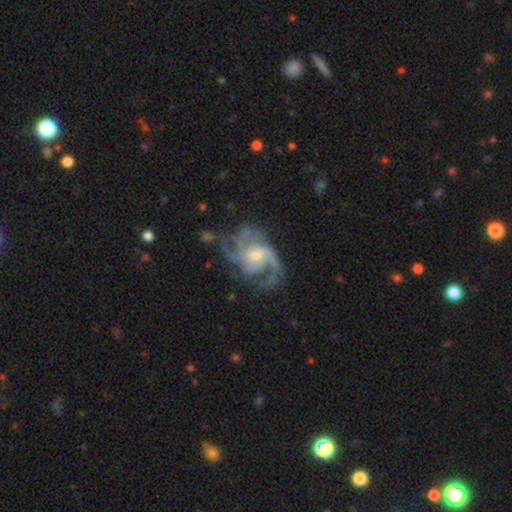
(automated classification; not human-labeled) smooth_or_featured: featured or disk (p=0.89) [alt: star or artifact p=0.05]
disk_edge_on: no (p=0.98) [alt: yes p=0.02]
bar: no (p=0.53) [alt: weak p=0.38]
has_spiral_arms: yes (p=0.97) [alt: no p=0.03]
spiral_winding: medium (p=0.52) [alt: loose p=0.25]
spiral_arm_count: 3 (p=0.38) [alt: 2 p=0.21]
bulge_size: small (p=0.58) [alt: moderate p=0.36]
merging: none (p=0.59) [alt: major disturbance p=0.20]